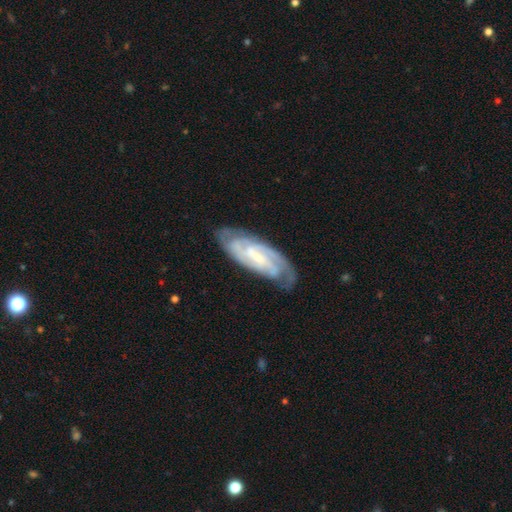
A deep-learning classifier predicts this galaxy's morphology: Q: Smooth or featured?
A: featured or disk (87%); runner-up: smooth (8%)
Q: Edge-on disk?
A: no (92%); runner-up: yes (8%)
Q: Bar?
A: weak (46%); runner-up: strong (29%)
Q: Spiral arms?
A: yes (97%); runner-up: no (3%)
Q: Spiral winding?
A: tight (61%); runner-up: medium (33%)
Q: Spiral arm count?
A: 2 (56%); runner-up: can't tell (18%)
Q: Bulge size?
A: small (62%); runner-up: moderate (27%)
Q: Merging?
A: none (77%); runner-up: minor disturbance (17%)